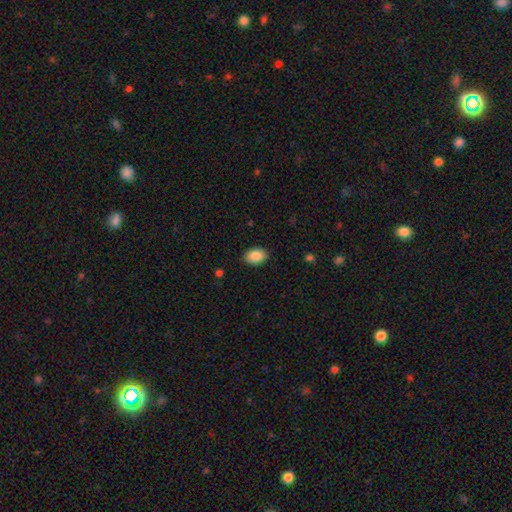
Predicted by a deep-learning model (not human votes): smooth 87%, star or artifact 7%, featured or disk 5%. Down the decision tree: how rounded — in between (82%); merging — none (88%).